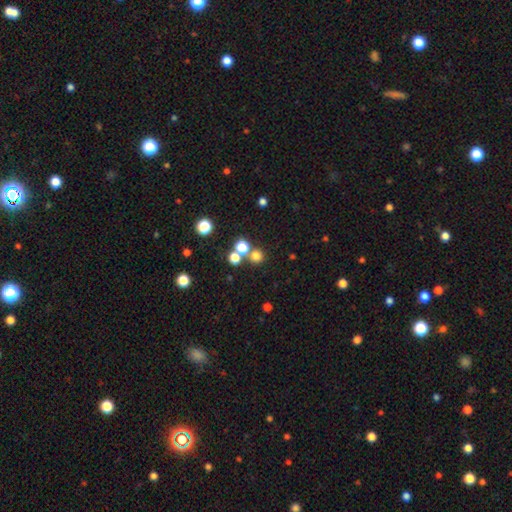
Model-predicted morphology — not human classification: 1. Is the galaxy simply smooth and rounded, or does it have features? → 73% smooth, 20% star or artifact, 7% featured or disk.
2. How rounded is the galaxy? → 92% round, 7% in between, 1% cigar-shaped.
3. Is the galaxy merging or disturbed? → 70% none, 21% merger, 6% minor disturbance, 3% major disturbance.